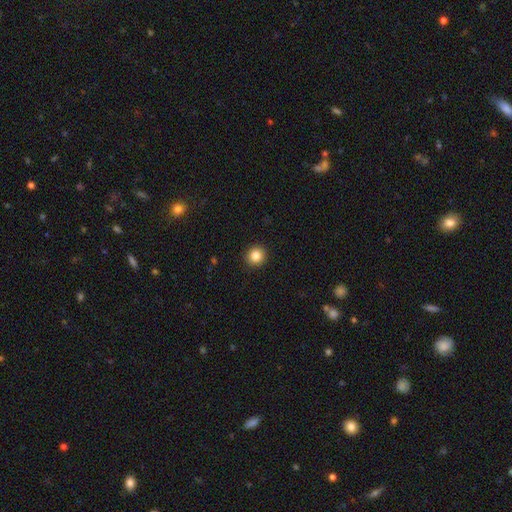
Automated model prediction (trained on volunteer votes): Smooth or featured? smooth (85%)
How rounded? round (92%)
Merging? none (93%)